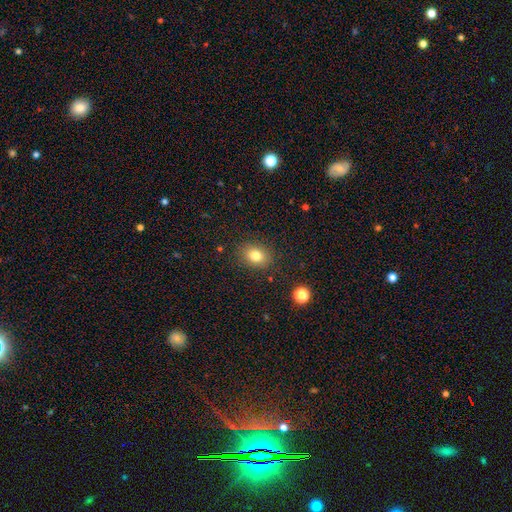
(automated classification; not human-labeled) A smooth galaxy with no disk features (80%) that is in between round and cigar-shaped (56%).

Vote fractions:
- Smooth or featured? smooth: 80% / star or artifact: 11% / featured or disk: 8%
- How rounded? in between: 56% / round: 43% / cigar-shaped: 1%
- Merging? none: 85% / minor disturbance: 10% / major disturbance: 3% / merger: 2%